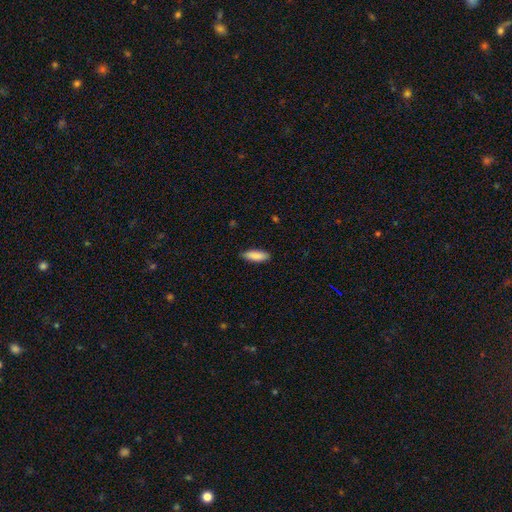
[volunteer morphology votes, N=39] smooth 79%, featured or disk 13%, star or artifact 8%. Down the decision tree: how rounded — in between (61%); merging — none (89%).